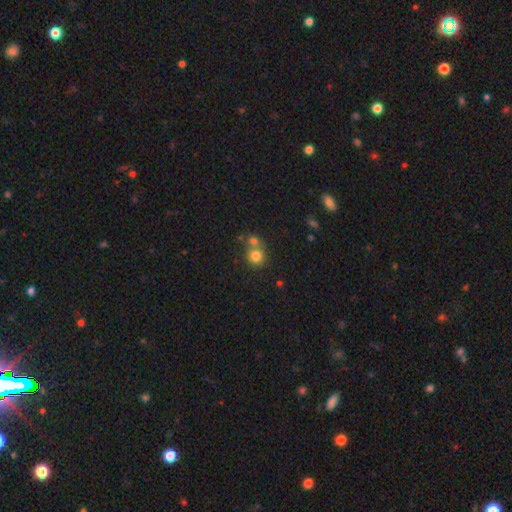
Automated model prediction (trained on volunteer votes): This appears to be a smooth galaxy with no disk features (78%) that is round (86%). Merging: none (47%).